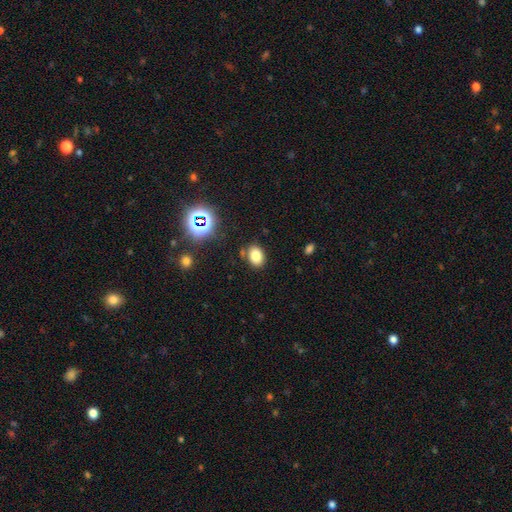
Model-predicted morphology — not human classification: Smooth or featured? Predicted: smooth (p=0.78). How rounded? Predicted: in between (p=0.74). Merging? Predicted: none (p=0.80).